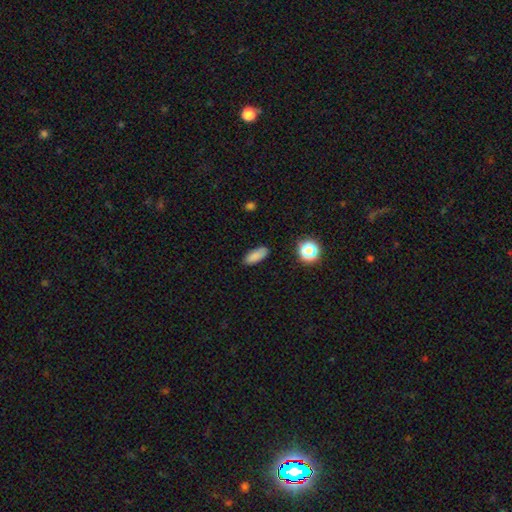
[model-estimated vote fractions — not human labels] Overall: smooth (84%). How rounded: in between (75%). Merging: none (86%).